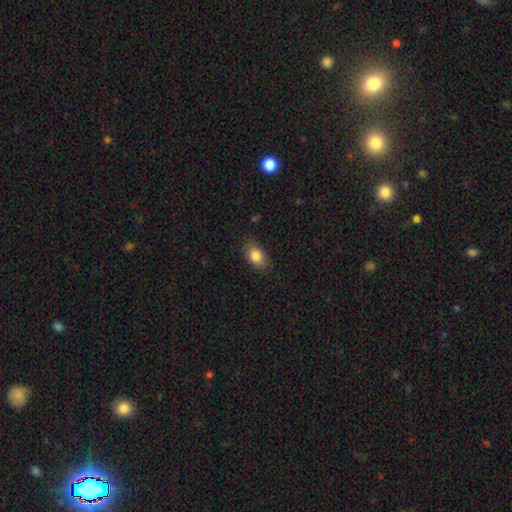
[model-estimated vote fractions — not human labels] The model was most divided on "merging": none: 82%, minor disturbance: 14%, major disturbance: 3%, merger: 1%. More confident: how rounded — in between (84%); smooth or featured — smooth (83%).